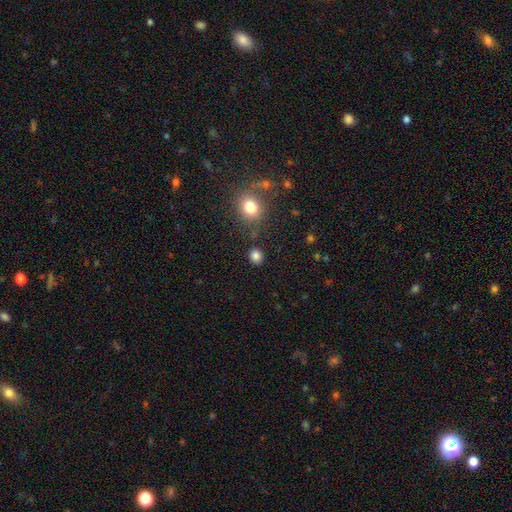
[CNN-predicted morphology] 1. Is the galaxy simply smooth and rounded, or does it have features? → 84% smooth, 12% star or artifact, 4% featured or disk.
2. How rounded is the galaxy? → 75% round, 24% in between, 1% cigar-shaped.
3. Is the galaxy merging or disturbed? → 85% none, 9% minor disturbance, 4% merger, 3% major disturbance.